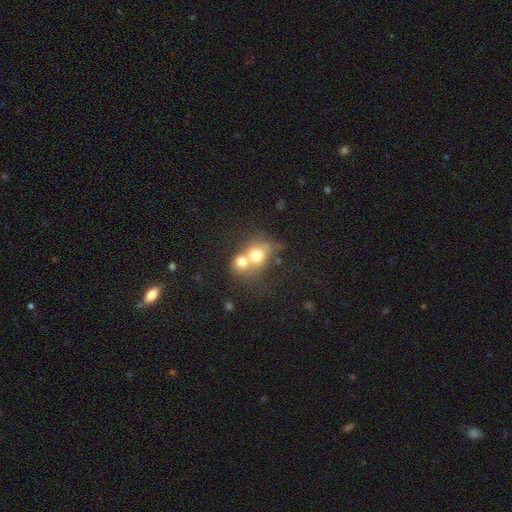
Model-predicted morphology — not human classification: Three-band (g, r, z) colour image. It shows a smooth galaxy with no disk features (67%) that is round (61%). Merging: merger (70%).